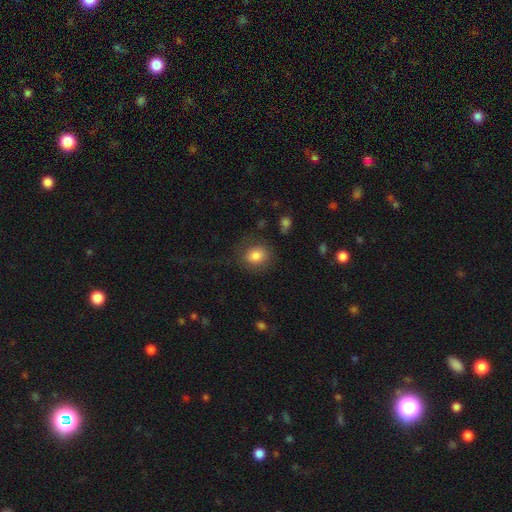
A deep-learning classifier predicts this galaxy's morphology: Q: Smooth or featured?
A: smooth (82%); runner-up: star or artifact (9%)
Q: How rounded?
A: round (64%); runner-up: in between (35%)
Q: Merging?
A: none (76%); runner-up: minor disturbance (15%)